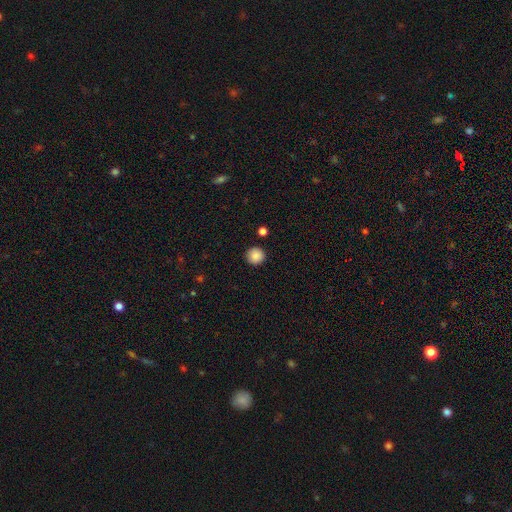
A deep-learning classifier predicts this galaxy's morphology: smooth 88%, star or artifact 9%, featured or disk 3%. Down the decision tree: how rounded — round (95%); merging — none (91%).